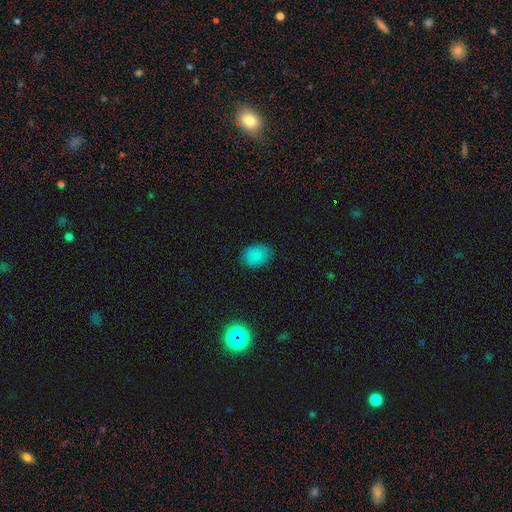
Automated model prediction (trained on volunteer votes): Smooth or featured: smooth — 84% (star or artifact — 11%)
How rounded: in between — 65% (round — 34%)
Merging: none — 79% (minor disturbance — 17%)